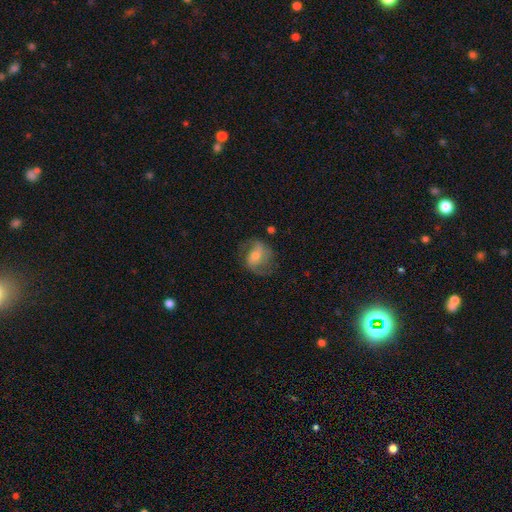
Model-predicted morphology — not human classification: This appears to be a featured or disk galaxy (66%) with a weak bar (43%), 2 (80%) medium (46%) spiral arms (87%) and a moderate central bulge (54%). Merging: none (63%).